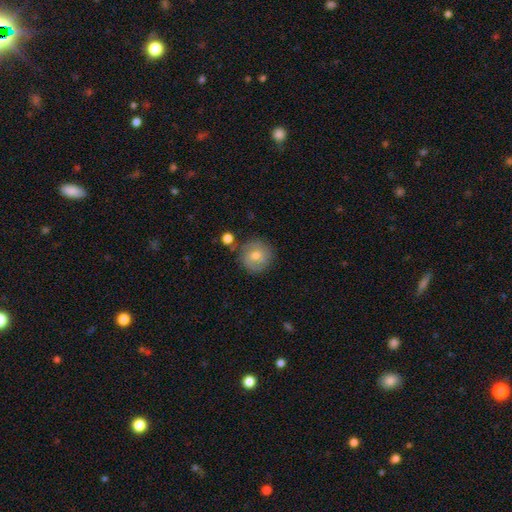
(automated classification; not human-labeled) Smooth or featured?
  - smooth: 50% *
  - featured or disk: 41%
  - star or artifact: 9%
Merging?
  - none: 78% *
  - minor disturbance: 14%
  - merger: 4%
  - major disturbance: 4%